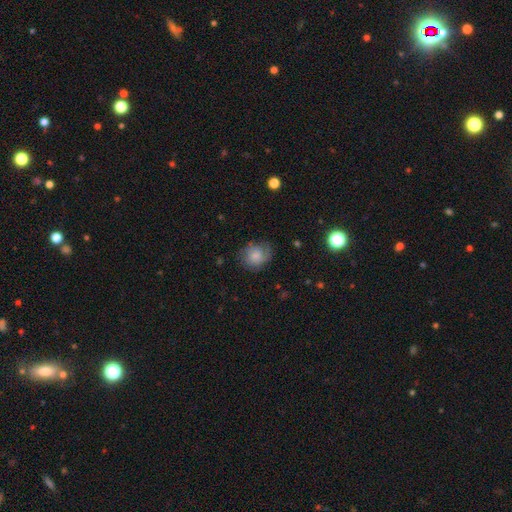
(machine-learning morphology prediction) smooth-or-featured: smooth: 67% | featured or disk: 24% | star or artifact: 9%
  how-rounded: round: 66% | in between: 33% | cigar-shaped: 1%
  merging: none: 64% | minor disturbance: 25% | major disturbance: 10% | merger: 1%